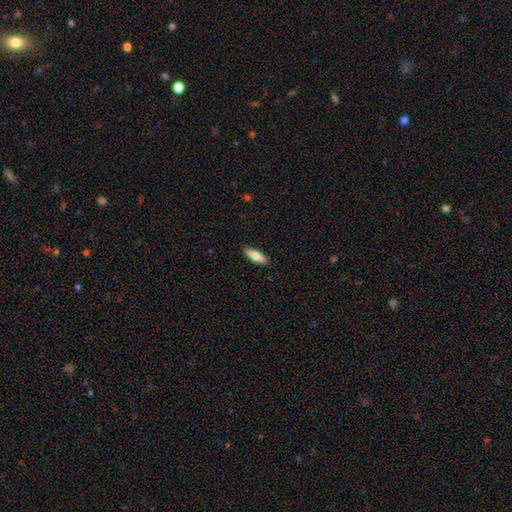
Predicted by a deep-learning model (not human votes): A smooth galaxy with no disk features (64%) that is cigar-shaped (51%). Merging: none (90%).